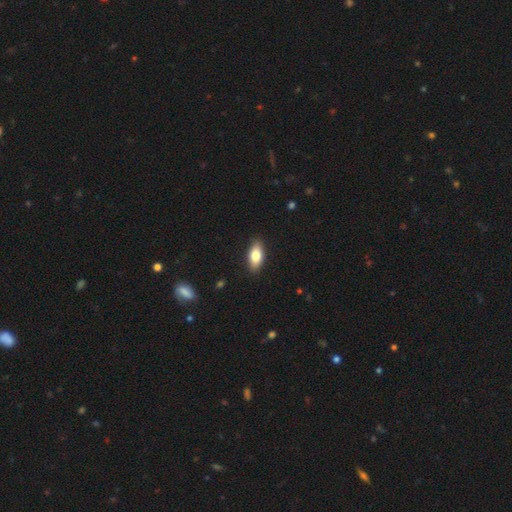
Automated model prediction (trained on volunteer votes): Morphology: type=smooth (81%); roundness=in between (88%); merging=none (88%).